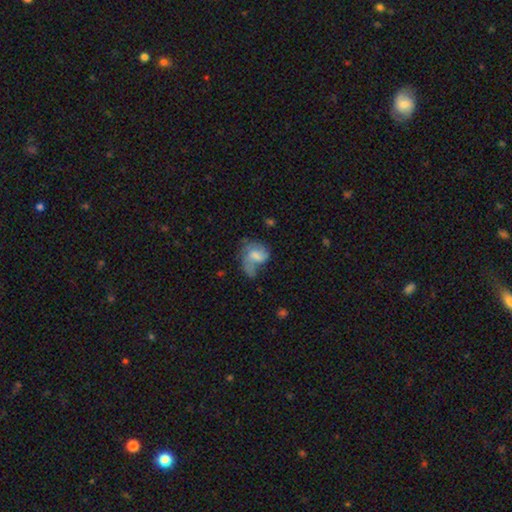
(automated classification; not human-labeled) Overall: featured or disk (49%; smooth 43%). Merging: major disturbance (41%; none 24%).